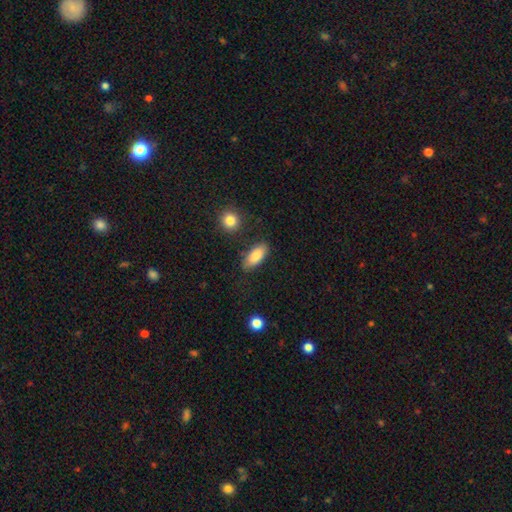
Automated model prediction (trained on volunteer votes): This appears to be a smooth galaxy with no disk features (83%) that is in between round and cigar-shaped (86%). Merging: none (78%).